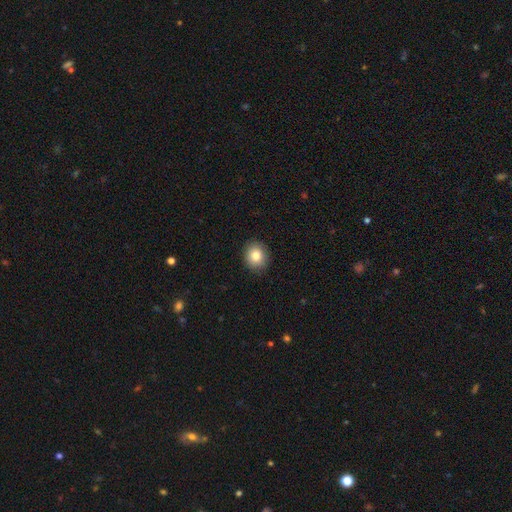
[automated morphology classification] A smooth galaxy with no disk features (83%) that is round (73%).

Vote fractions:
- Smooth or featured? smooth: 83% / star or artifact: 9% / featured or disk: 7%
- How rounded? round: 73% / in between: 26% / cigar-shaped: 1%
- Merging? none: 90% / minor disturbance: 8% / major disturbance: 2% / merger: 1%